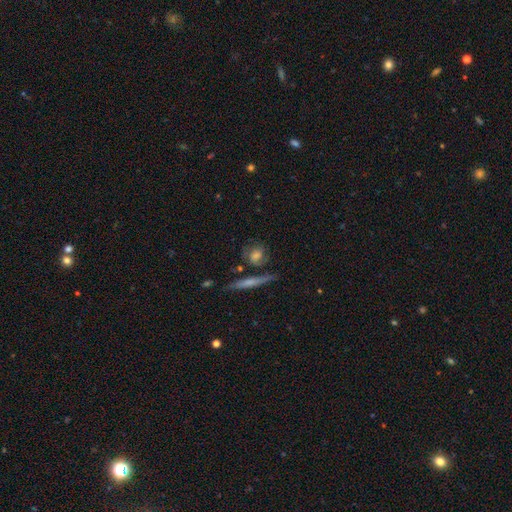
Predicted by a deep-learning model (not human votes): smooth 50%, featured or disk 39%, star or artifact 12%. Down the decision tree: merging — none (67%).